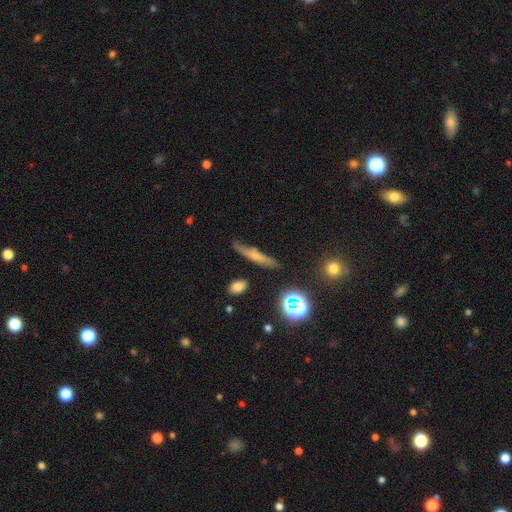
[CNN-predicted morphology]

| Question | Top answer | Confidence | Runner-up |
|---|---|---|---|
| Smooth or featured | smooth | 51% | featured or disk (35%) |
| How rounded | cigar-shaped | 81% | in between (13%) |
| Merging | none | 69% | minor disturbance (22%) |